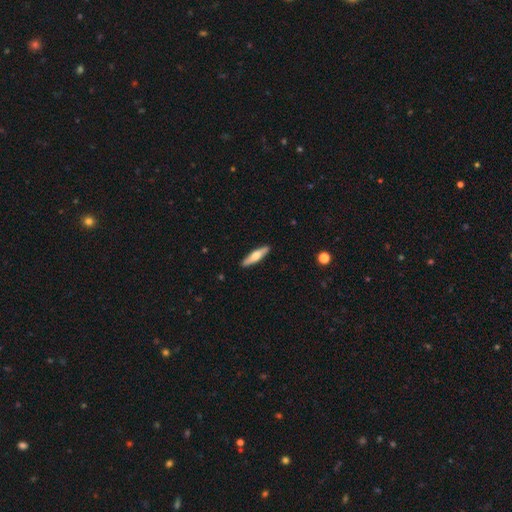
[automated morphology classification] Smooth or featured: smooth — 55% (featured or disk — 39%)
How rounded: cigar-shaped — 79% (in between — 19%)
Merging: none — 90% (minor disturbance — 8%)